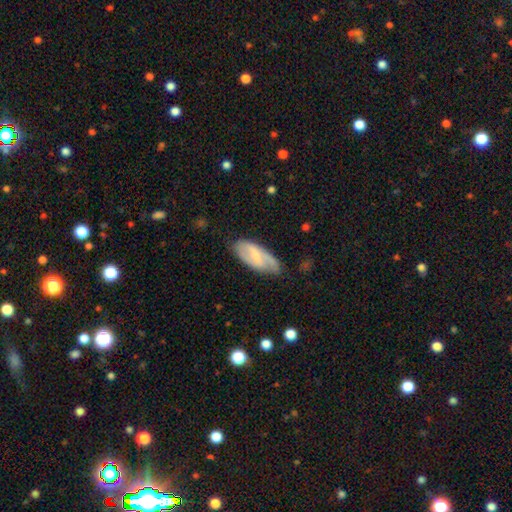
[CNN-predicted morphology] This appears to be a featured or disk galaxy (54%). Merging: none (65%).